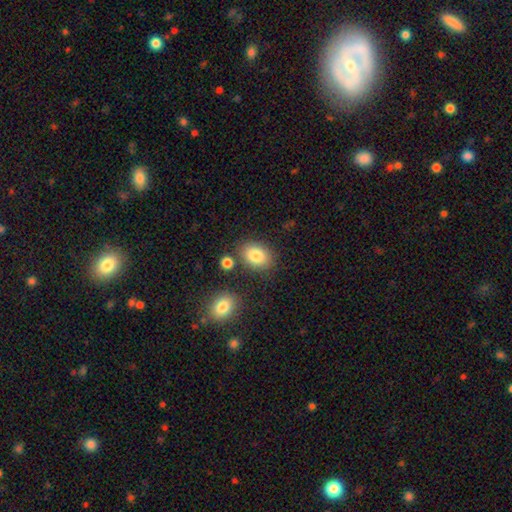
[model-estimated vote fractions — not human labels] smooth 83%, star or artifact 9%, featured or disk 8%. Down the decision tree: how rounded — in between (71%); merging — none (77%).